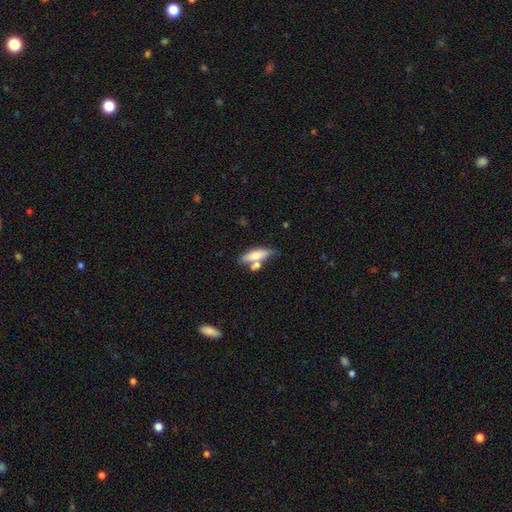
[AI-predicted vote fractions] This appears to be a smooth galaxy with no disk features (68%) that is cigar-shaped (50%). Merging: none (52%).